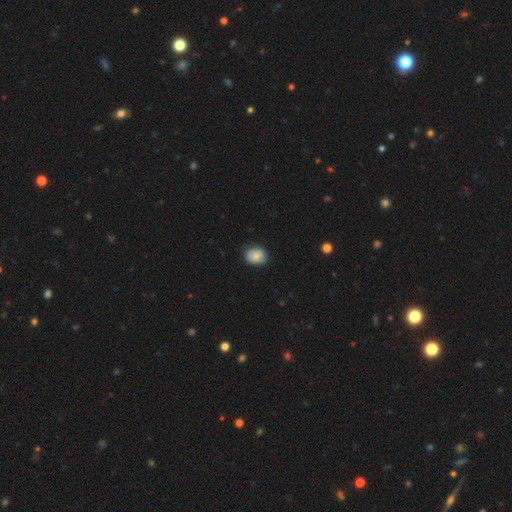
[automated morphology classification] smooth-or-featured: smooth: 81% | featured or disk: 11% | star or artifact: 8%
  how-rounded: round: 50% | in between: 49% | cigar-shaped: 1%
  merging: none: 83% | minor disturbance: 13% | major disturbance: 2% | merger: 1%